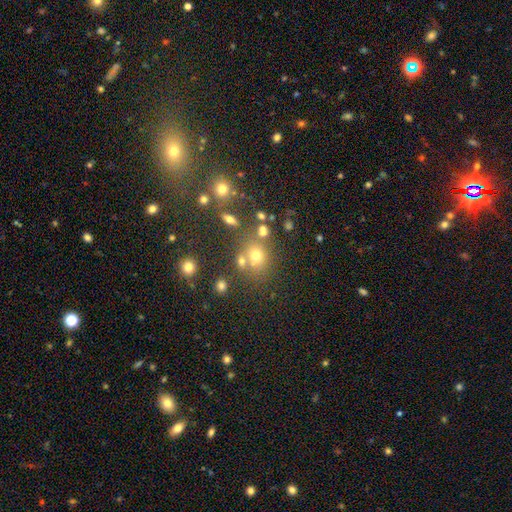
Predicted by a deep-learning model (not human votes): Morphology: type=smooth (65%); roundness=round (73%); merging=none (62%).